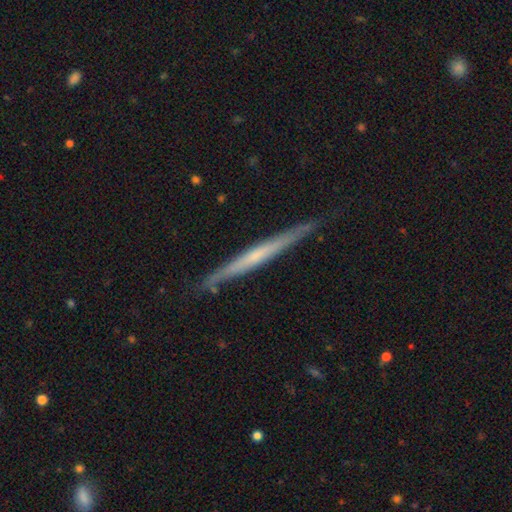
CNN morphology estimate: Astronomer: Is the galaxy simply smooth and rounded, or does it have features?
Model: featured or disk — 61%.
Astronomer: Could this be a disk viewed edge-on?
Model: yes — 96%.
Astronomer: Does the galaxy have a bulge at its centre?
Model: none — 73%.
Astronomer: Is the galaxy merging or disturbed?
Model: none — 85%.